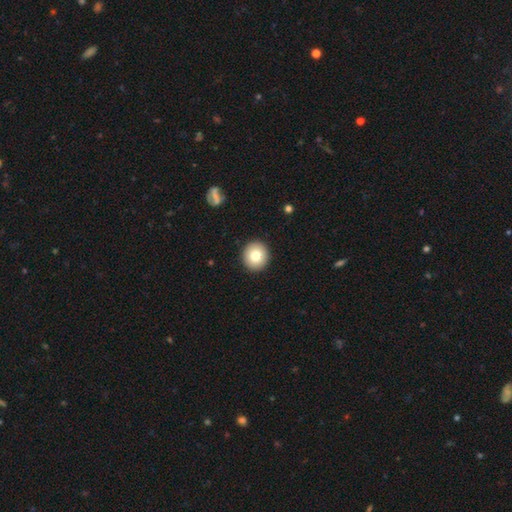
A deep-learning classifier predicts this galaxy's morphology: smooth_or_featured: smooth (p=0.78) [alt: featured or disk p=0.13]
how_rounded: round (p=0.93) [alt: in between p=0.06]
merging: none (p=0.93) [alt: minor disturbance p=0.05]